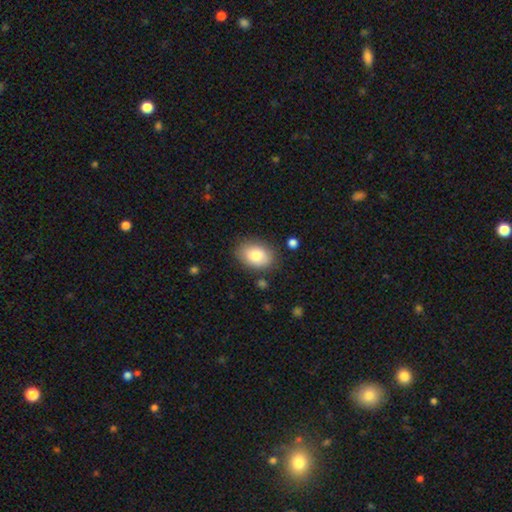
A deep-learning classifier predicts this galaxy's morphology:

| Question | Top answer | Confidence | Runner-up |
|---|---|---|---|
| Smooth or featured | smooth | 82% | featured or disk (11%) |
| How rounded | in between | 80% | round (19%) |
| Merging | none | 81% | minor disturbance (13%) |